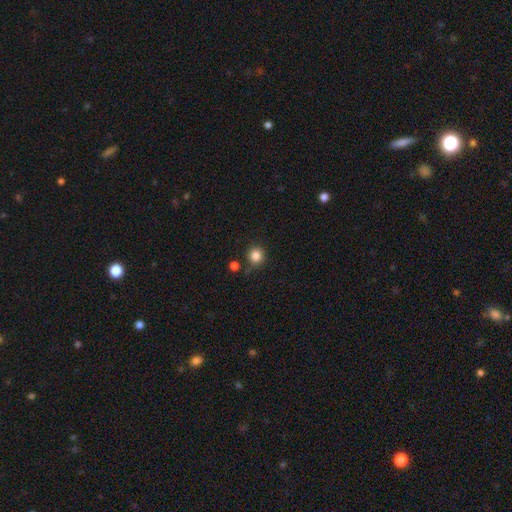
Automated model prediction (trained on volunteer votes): smooth_or_featured: smooth (p=0.85) [alt: star or artifact p=0.11]
how_rounded: round (p=0.93) [alt: in between p=0.06]
merging: none (p=0.81) [alt: minor disturbance p=0.10]